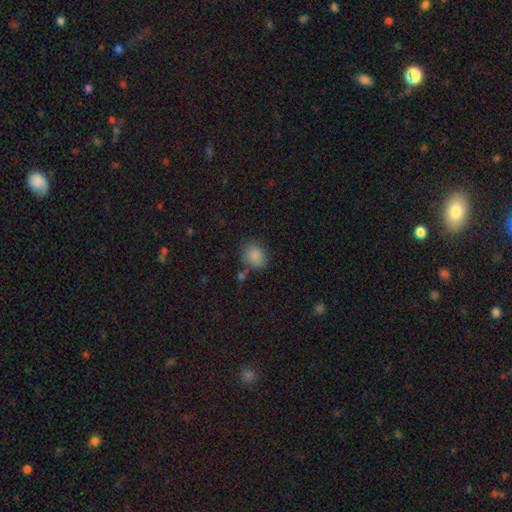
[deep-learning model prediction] Smooth or featured? smooth (86%)
How rounded? round (57%)
Merging? none (70%)